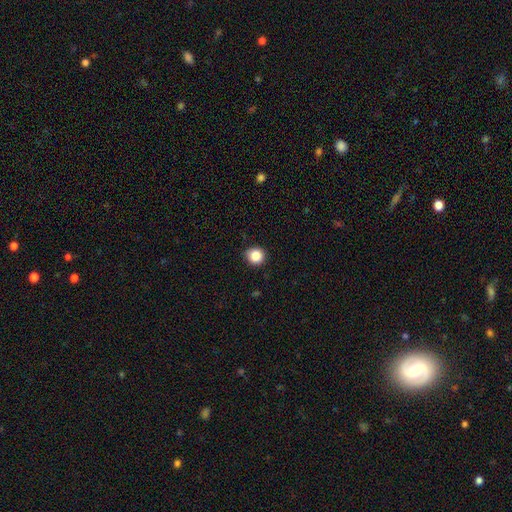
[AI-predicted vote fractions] smooth 85%, star or artifact 10%, featured or disk 4%. Down the decision tree: how rounded — round (92%); merging — none (89%).